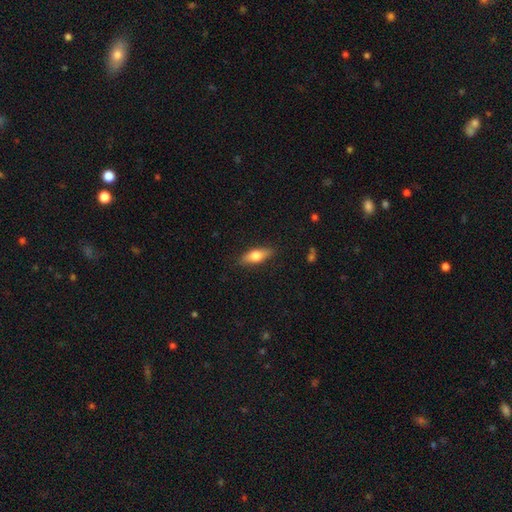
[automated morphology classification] Overall: smooth (66%; featured or disk 28%). How rounded: in between (63%; cigar-shaped 34%). Merging: none (86%).